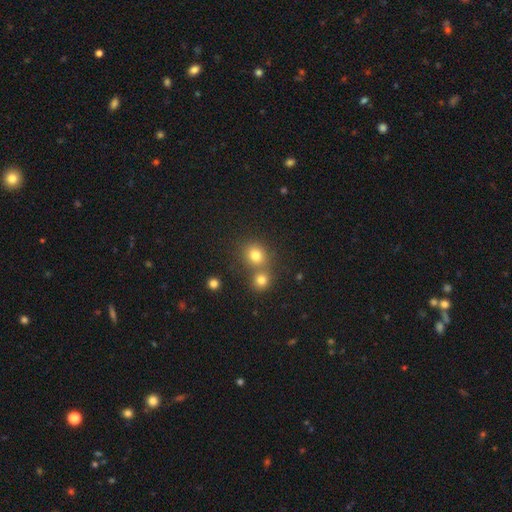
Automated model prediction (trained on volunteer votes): Smooth or featured: smooth — 77% (star or artifact — 15%)
How rounded: round — 80% (in between — 19%)
Merging: none — 55% (merger — 35%)